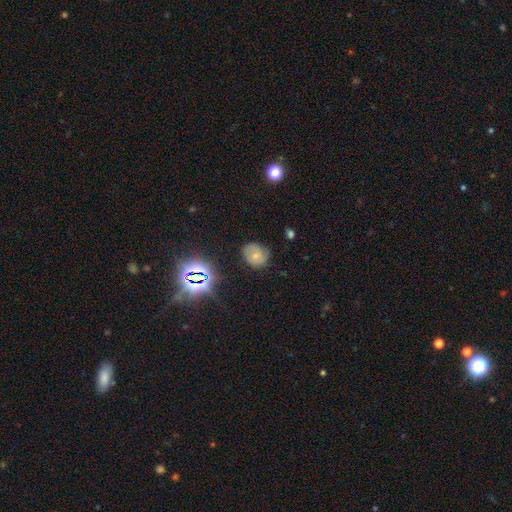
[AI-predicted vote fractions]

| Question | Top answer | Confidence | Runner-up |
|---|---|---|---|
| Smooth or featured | smooth | 45% | featured or disk (38%) |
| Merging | none | 69% | minor disturbance (23%) |